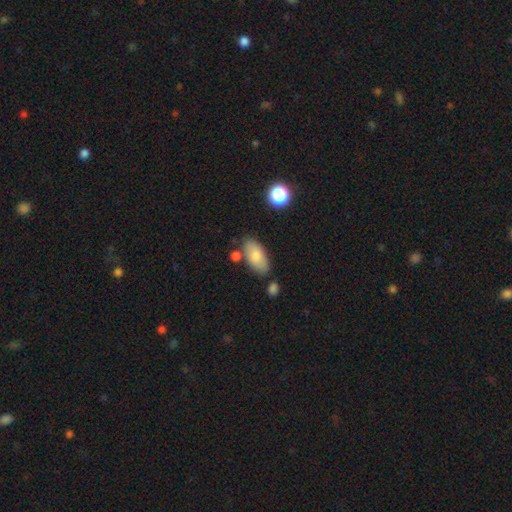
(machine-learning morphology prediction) Overall: smooth (80%). How rounded: in between (91%). Merging: none (74%).